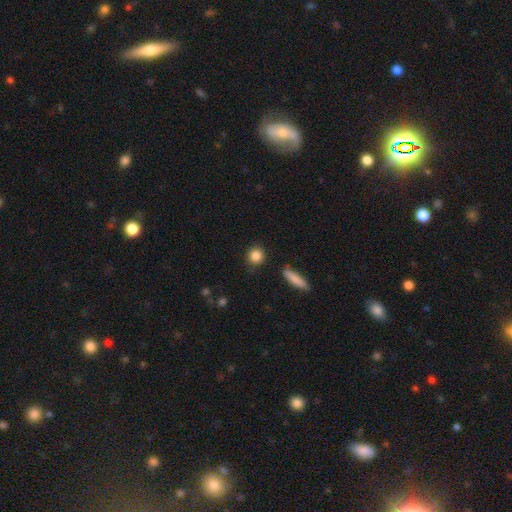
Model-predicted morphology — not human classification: The model was most divided on "merging": none: 85%, minor disturbance: 10%, merger: 3%, major disturbance: 2%. More confident: how rounded — round (87%); smooth or featured — smooth (86%).